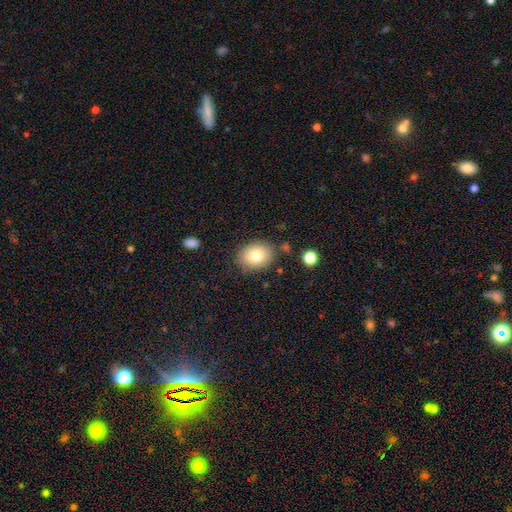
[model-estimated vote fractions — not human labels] The model was most divided on "how rounded": in between: 61%, round: 38%, cigar-shaped: 1%. More confident: merging — none (82%); smooth or featured — smooth (79%).